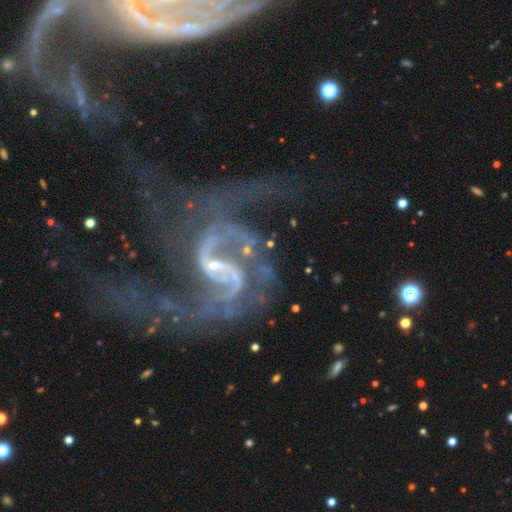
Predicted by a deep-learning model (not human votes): Q: Smooth or featured?
A: featured or disk (90%); runner-up: star or artifact (7%)
Q: Edge-on disk?
A: no (97%); runner-up: yes (3%)
Q: Bar?
A: weak (47%); runner-up: strong (29%)
Q: Spiral arms?
A: yes (96%); runner-up: no (4%)
Q: Spiral winding?
A: loose (46%); runner-up: medium (39%)
Q: Spiral arm count?
A: 2 (72%); runner-up: can't tell (8%)
Q: Bulge size?
A: small (67%); runner-up: none (15%)
Q: Merging?
A: merger (34%); runner-up: major disturbance (32%)